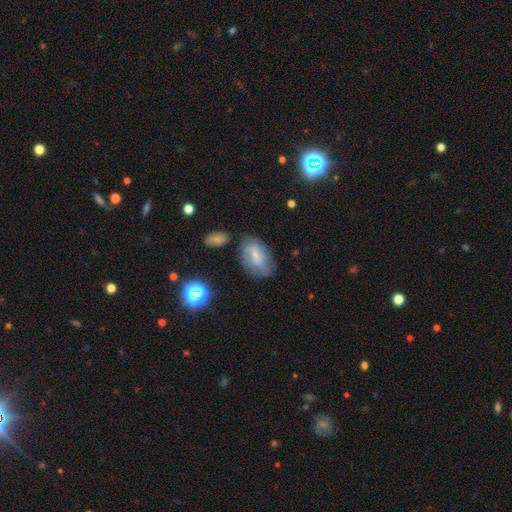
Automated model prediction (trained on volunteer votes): This appears to be a smooth galaxy with no disk features (57%) that is in between round and cigar-shaped (88%). Merging: none (62%).